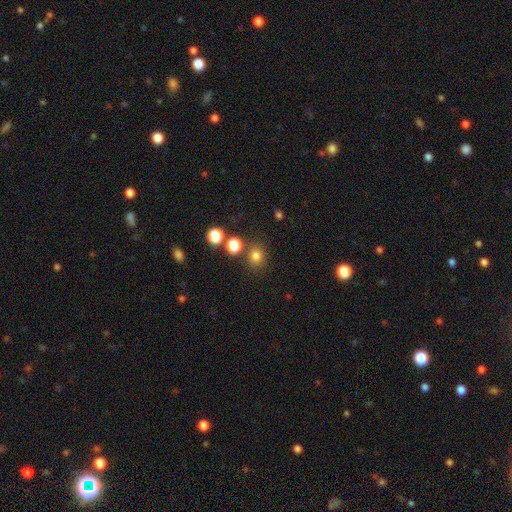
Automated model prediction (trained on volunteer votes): Smooth or featured: smooth — 79% (star or artifact — 16%)
How rounded: round — 78% (in between — 21%)
Merging: none — 78% (merger — 9%)